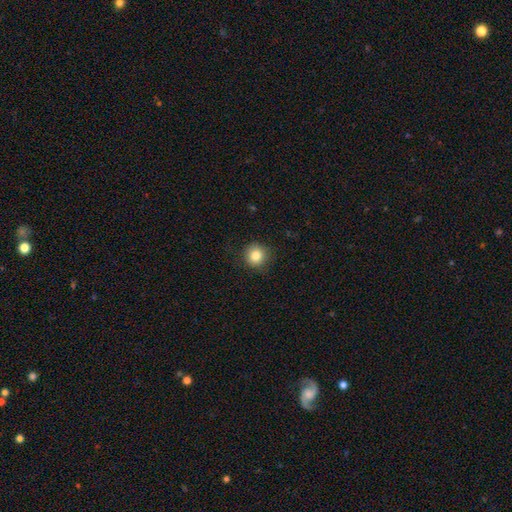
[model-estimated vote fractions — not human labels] This is clearly a smooth galaxy (84%). How rounded: clearly round (92%). Merging: clearly none (88%).